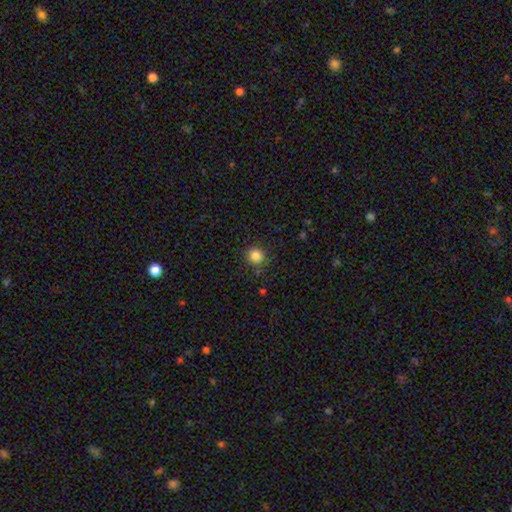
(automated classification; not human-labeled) Smooth or featured: smooth — 84% (star or artifact — 12%)
How rounded: round — 92% (in between — 7%)
Merging: none — 85% (minor disturbance — 10%)